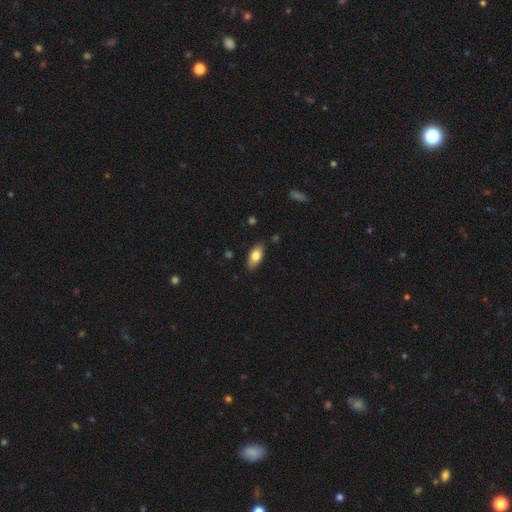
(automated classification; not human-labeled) Smooth or featured? smooth (78%)
How rounded? in between (88%)
Merging? none (85%)